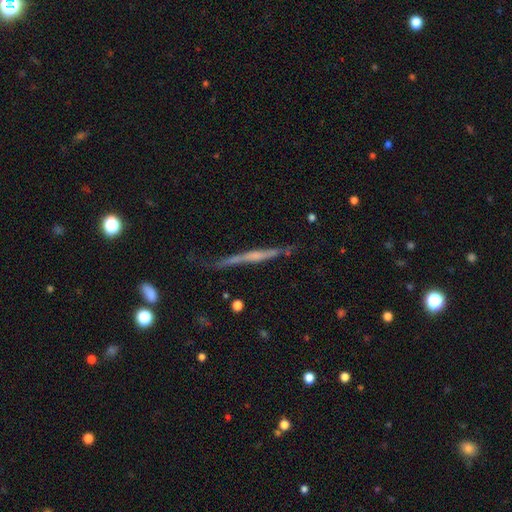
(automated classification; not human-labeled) A featured or disk galaxy (67%) viewed edge-on (95%) with no central bulge (51%). Merging: none (67%).